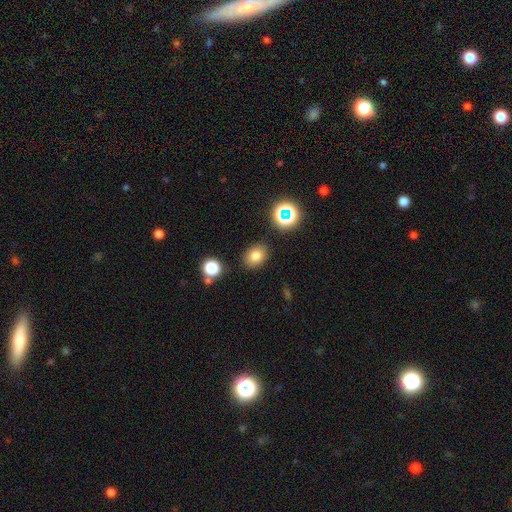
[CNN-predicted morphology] A smooth galaxy with no disk features (76%) that is in between round and cigar-shaped (65%).

Vote fractions:
- Smooth or featured? smooth: 76% / star or artifact: 14% / featured or disk: 10%
- How rounded? in between: 65% / round: 34% / cigar-shaped: 1%
- Merging? none: 85% / minor disturbance: 9% / major disturbance: 3% / merger: 3%